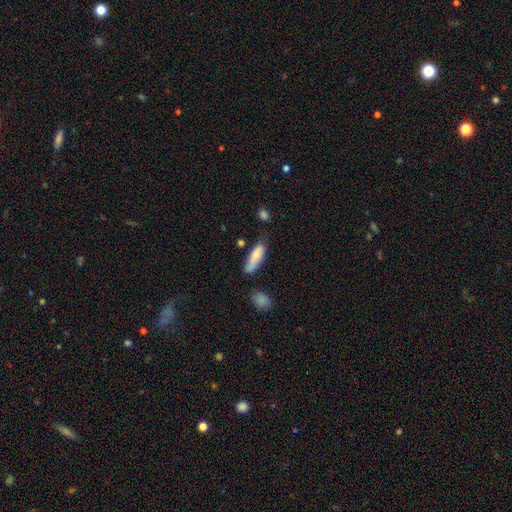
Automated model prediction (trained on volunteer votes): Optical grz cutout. It shows a smooth galaxy with no disk features (78%) that is in between round and cigar-shaped (57%). Merging: none (52%).